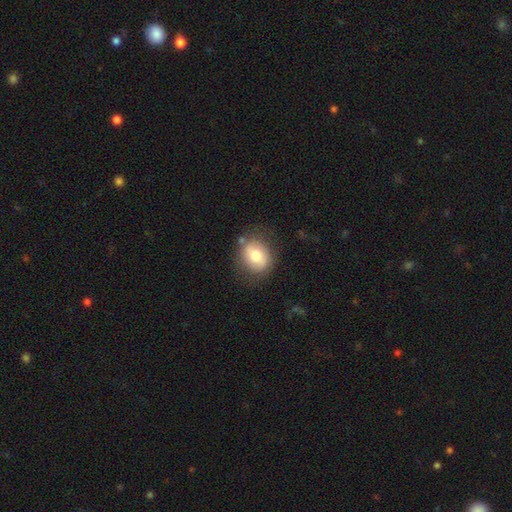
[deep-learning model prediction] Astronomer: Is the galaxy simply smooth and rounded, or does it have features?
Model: smooth — 70%.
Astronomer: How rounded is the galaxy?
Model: round — 54% (runner-up: in between, 45%).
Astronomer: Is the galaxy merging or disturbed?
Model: none — 75%.